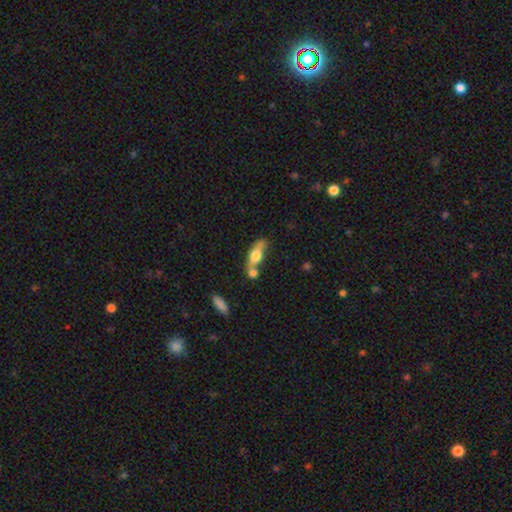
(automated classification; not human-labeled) Smooth or featured? smooth (55%)
How rounded? in between (58%)
Merging? merger (40%)